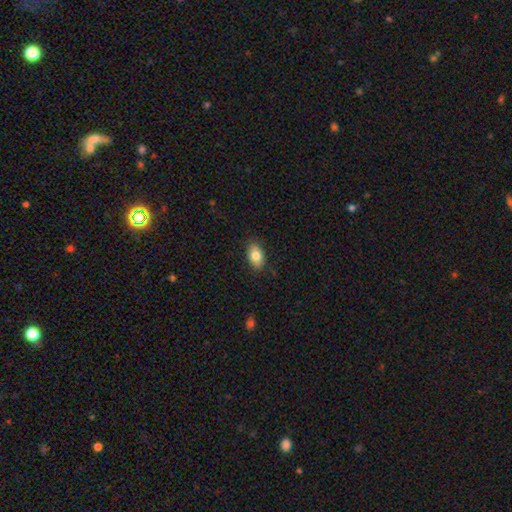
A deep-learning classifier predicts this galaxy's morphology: smooth 81%, featured or disk 12%, star or artifact 7%. Down the decision tree: how rounded — in between (90%); merging — none (86%).